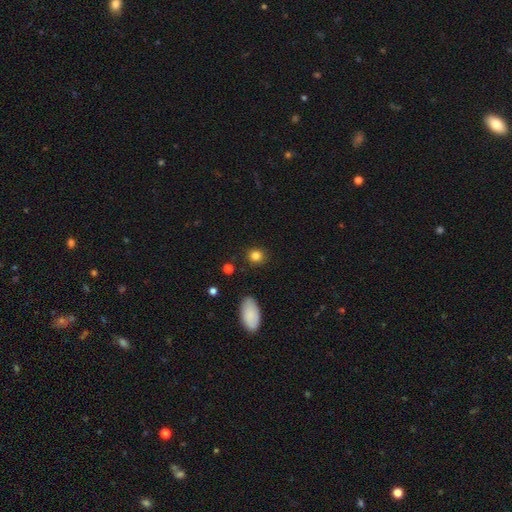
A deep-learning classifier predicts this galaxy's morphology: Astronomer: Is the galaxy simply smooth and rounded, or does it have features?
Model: smooth — 84%.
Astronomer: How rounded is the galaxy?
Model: round — 83%.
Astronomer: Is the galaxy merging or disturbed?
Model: none — 87%.